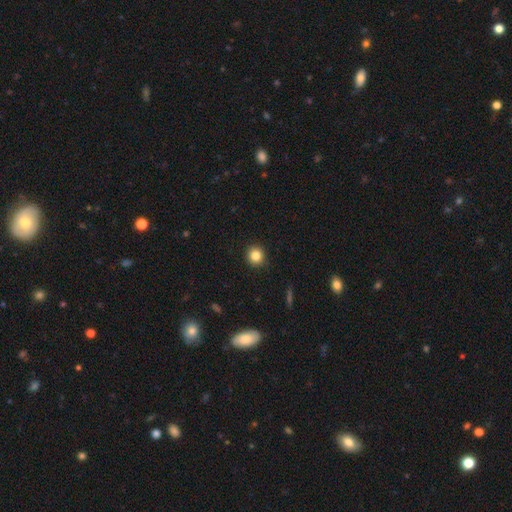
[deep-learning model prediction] Smooth or featured?
  - smooth: 84% *
  - star or artifact: 11%
  - featured or disk: 5%
How rounded?
  - round: 92% *
  - in between: 7%
  - cigar-shaped: 1%
Merging?
  - none: 91% *
  - minor disturbance: 6%
  - major disturbance: 2%
  - merger: 1%